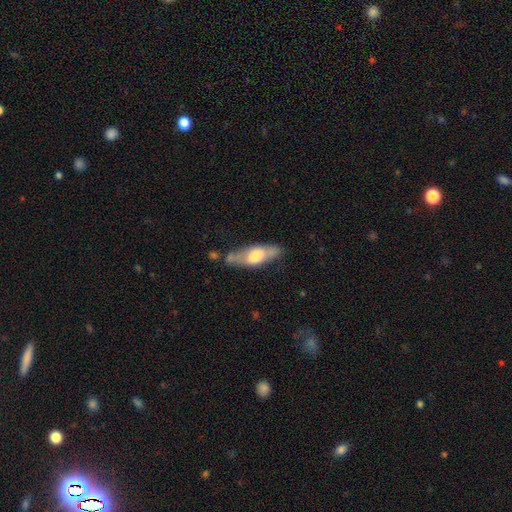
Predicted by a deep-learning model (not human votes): Smooth or featured: featured or disk — 48% (smooth — 47%)
Merging: none — 61% (minor disturbance — 23%)